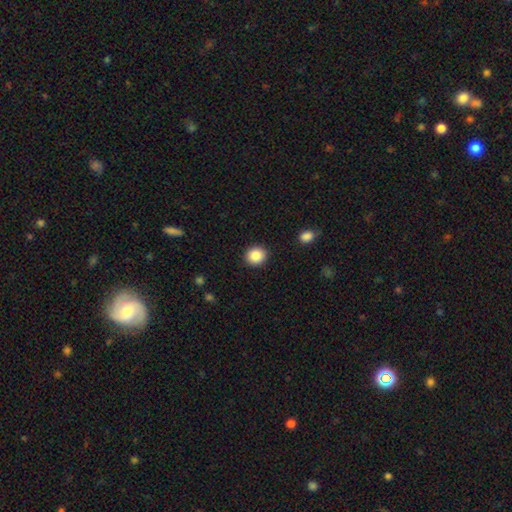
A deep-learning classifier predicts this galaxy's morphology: This is clearly a smooth galaxy (87%). How rounded: clearly round (87%). Merging: clearly none (91%).